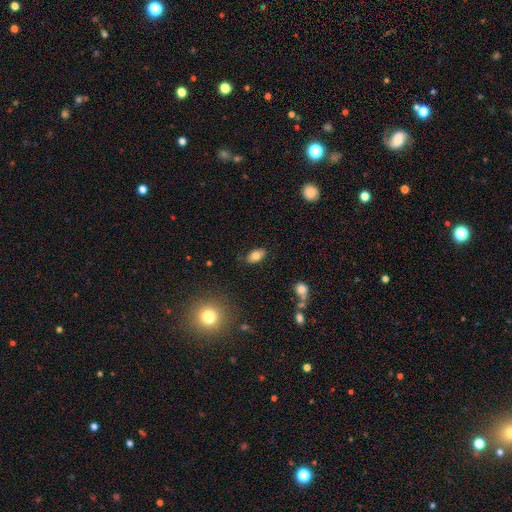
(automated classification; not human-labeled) smooth-or-featured: smooth: 79% | featured or disk: 12% | star or artifact: 9%
  how-rounded: in between: 91% | round: 6% | cigar-shaped: 2%
  merging: none: 83% | minor disturbance: 13% | major disturbance: 3% | merger: 2%